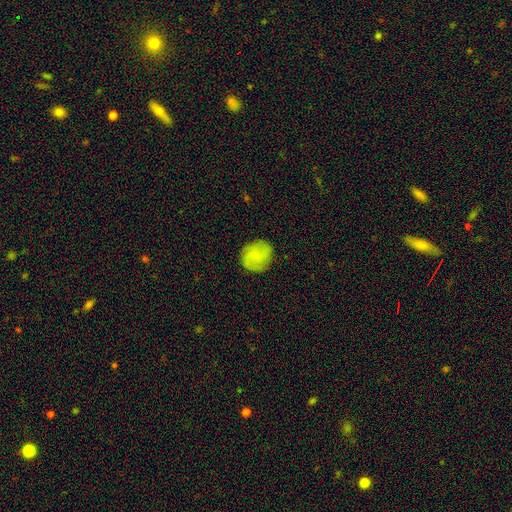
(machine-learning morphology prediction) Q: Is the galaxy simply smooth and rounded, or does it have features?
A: smooth — 57%.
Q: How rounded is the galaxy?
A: round — 85%.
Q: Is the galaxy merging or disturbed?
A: none — 84%.